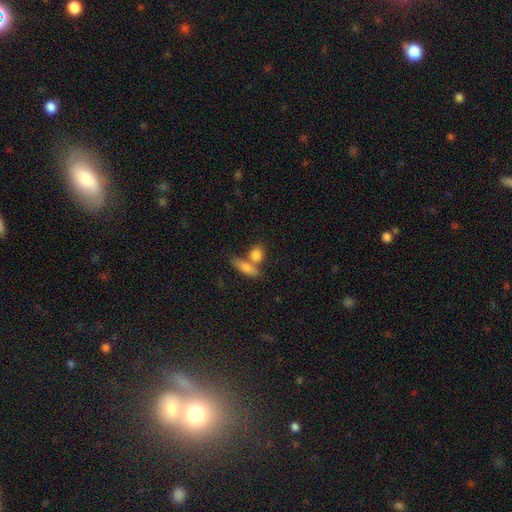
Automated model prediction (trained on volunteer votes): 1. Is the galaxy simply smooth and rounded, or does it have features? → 83% smooth, 10% featured or disk, 7% star or artifact.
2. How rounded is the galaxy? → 54% in between, 37% round, 9% cigar-shaped.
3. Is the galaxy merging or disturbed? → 44% none, 42% merger, 10% minor disturbance, 4% major disturbance.